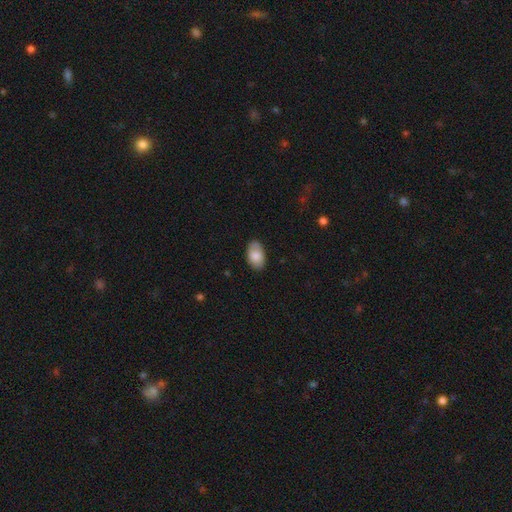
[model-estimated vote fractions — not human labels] smooth 84%, featured or disk 10%, star or artifact 6%. Down the decision tree: how rounded — in between (93%); merging — none (83%).